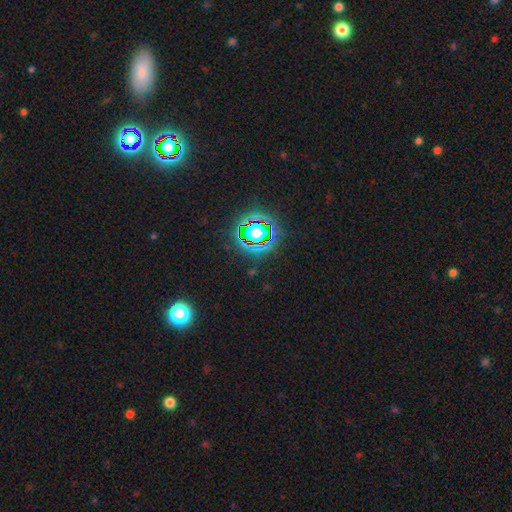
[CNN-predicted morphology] A star or artifact, not a galaxy (78%).